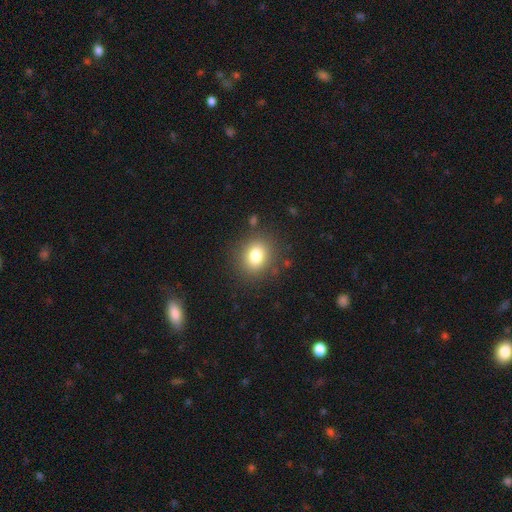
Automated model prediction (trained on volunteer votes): This appears to be a smooth galaxy with no disk features (80%) that is round (63%). Merging: none (85%).